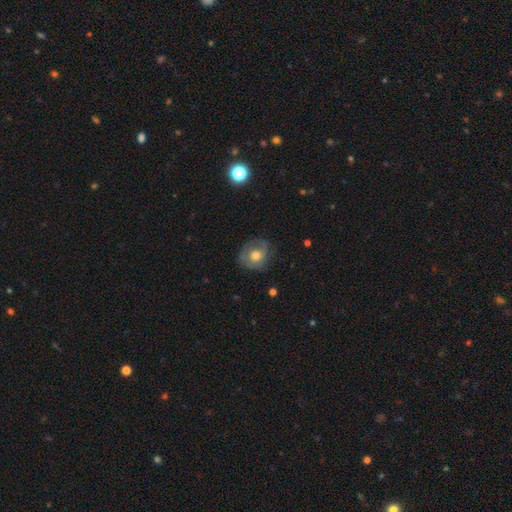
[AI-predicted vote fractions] This appears to be a smooth galaxy with no disk features (50%). Merging: none (67%).